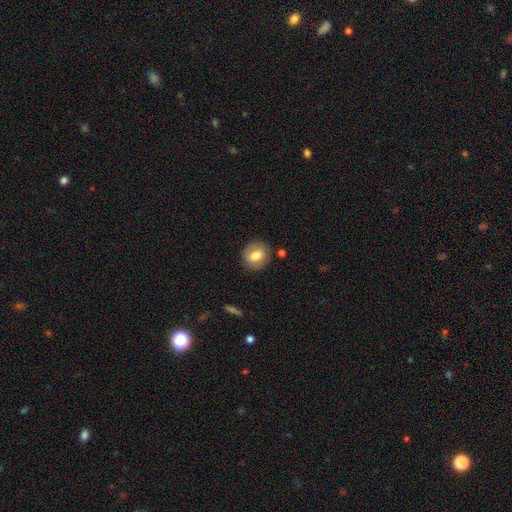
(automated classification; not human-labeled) Smooth or featured? smooth (75%)
How rounded? round (73%)
Merging? none (84%)